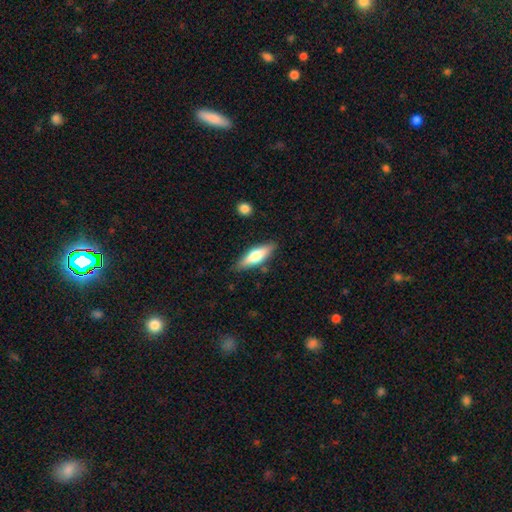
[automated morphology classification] Q: Smooth or featured?
A: smooth (58%); runner-up: featured or disk (36%)
Q: How rounded?
A: cigar-shaped (50%); runner-up: in between (48%)
Q: Merging?
A: none (84%); runner-up: minor disturbance (11%)